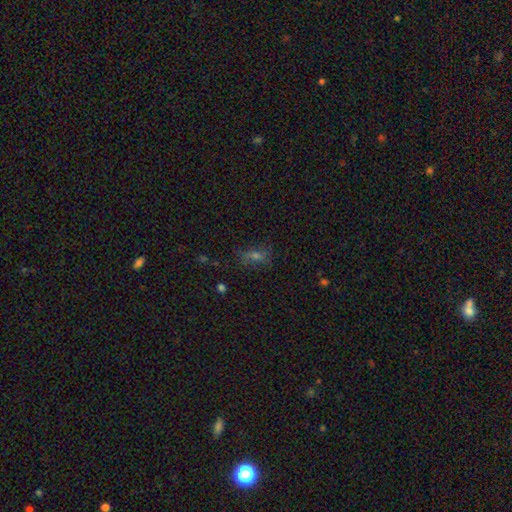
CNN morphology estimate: smooth_or_featured: smooth (p=0.44) [alt: star or artifact p=0.31]
merging: none (p=0.69) [alt: minor disturbance p=0.19]